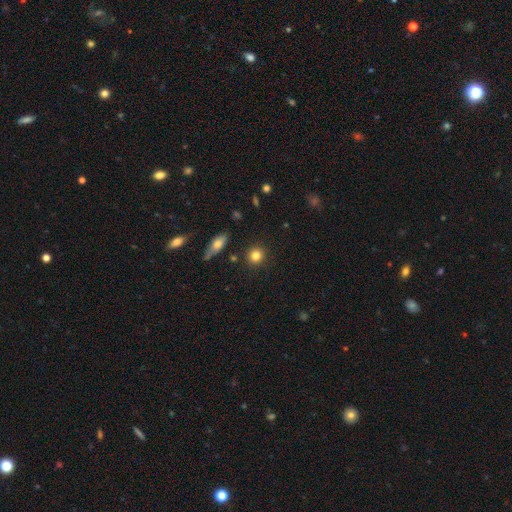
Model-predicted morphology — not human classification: A smooth galaxy with no disk features (83%) that is round (87%). Merging: none (88%).